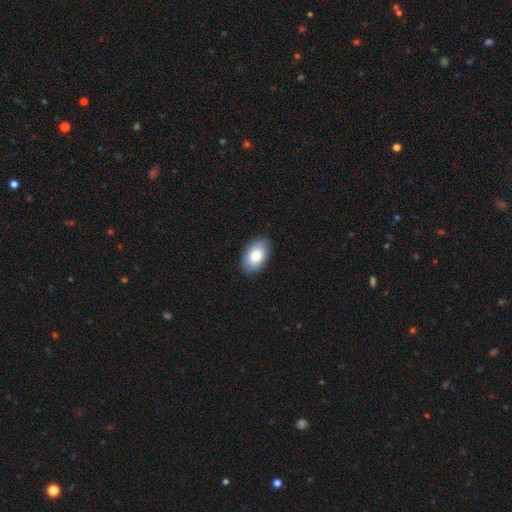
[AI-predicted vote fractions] This appears to be a smooth galaxy with no disk features (81%) that is in between round and cigar-shaped (93%). Merging: none (88%).